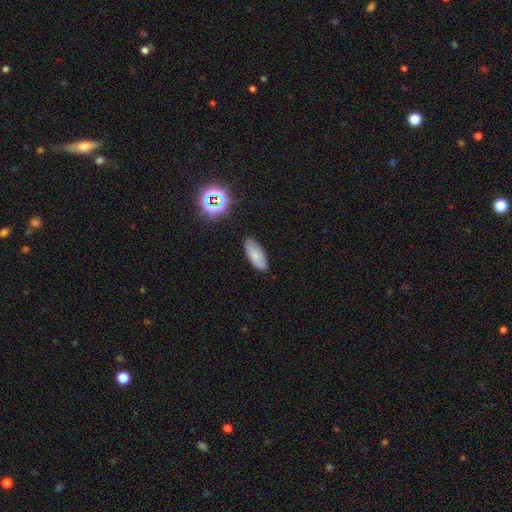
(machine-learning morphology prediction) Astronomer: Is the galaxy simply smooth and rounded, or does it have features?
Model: smooth — 79%.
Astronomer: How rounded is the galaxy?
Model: in between — 83%.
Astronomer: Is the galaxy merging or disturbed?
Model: none — 84%.